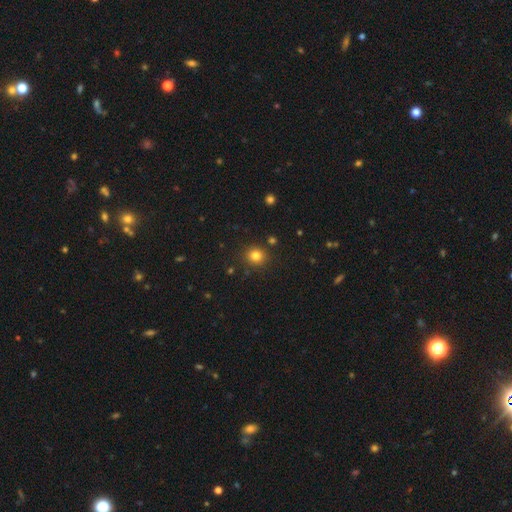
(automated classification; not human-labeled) This is clearly a smooth galaxy (81%). How rounded: clearly round (87%). Merging: clearly none (88%).